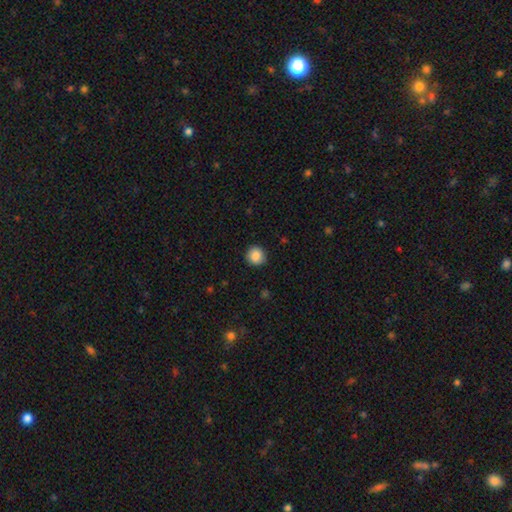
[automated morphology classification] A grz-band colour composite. It shows a smooth galaxy with no disk features (88%) that is round (93%). Merging: none (90%).